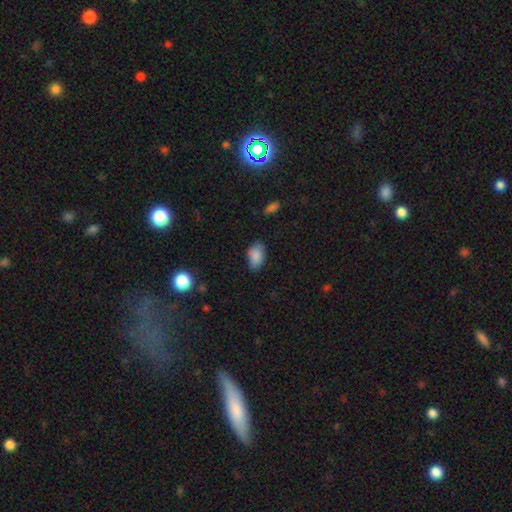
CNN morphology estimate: smooth-or-featured: smooth: 86% | star or artifact: 8% | featured or disk: 6%
  how-rounded: in between: 91% | round: 7% | cigar-shaped: 2%
  merging: none: 71% | minor disturbance: 23% | major disturbance: 4% | merger: 2%